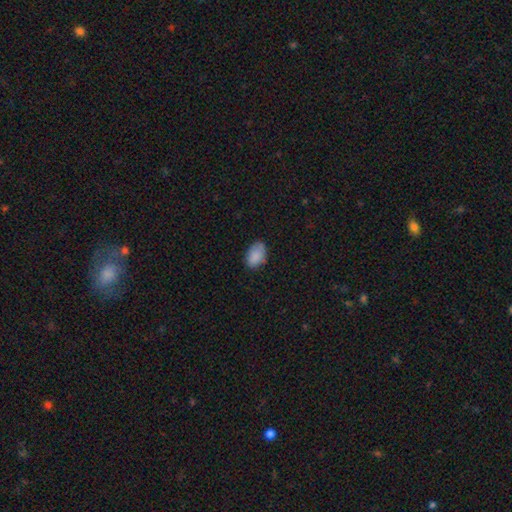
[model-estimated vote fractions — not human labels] Smooth or featured? Predicted: smooth (p=0.87). How rounded? Predicted: in between (p=0.90). Merging? Predicted: none (p=0.76).